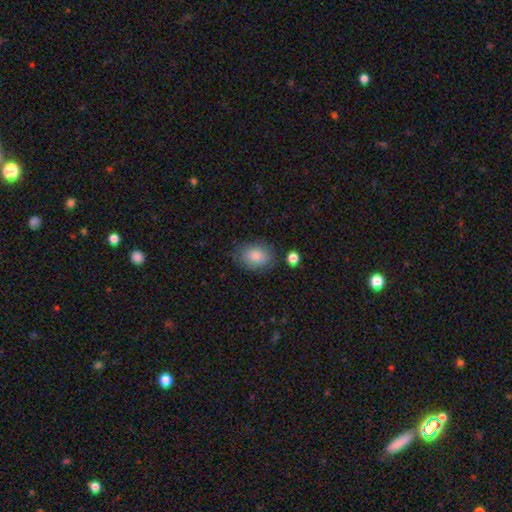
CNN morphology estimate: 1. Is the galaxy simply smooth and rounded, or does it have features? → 83% smooth, 9% featured or disk, 8% star or artifact.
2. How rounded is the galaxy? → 65% in between, 34% round, 1% cigar-shaped.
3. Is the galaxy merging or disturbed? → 76% none, 17% minor disturbance, 4% major disturbance, 3% merger.